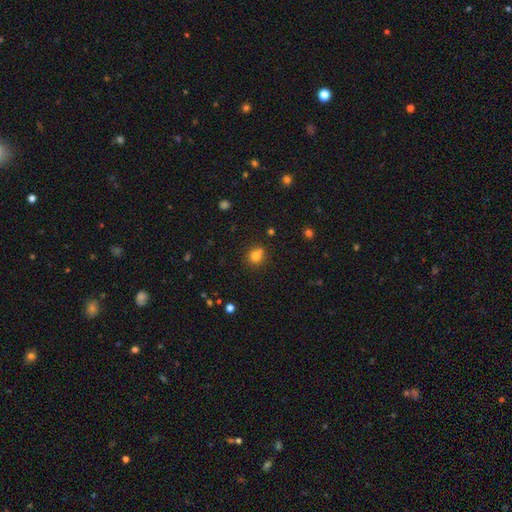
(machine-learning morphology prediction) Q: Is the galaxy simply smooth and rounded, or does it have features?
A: smooth — 76%.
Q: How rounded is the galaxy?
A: round — 82%.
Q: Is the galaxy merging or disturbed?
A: none — 57%.